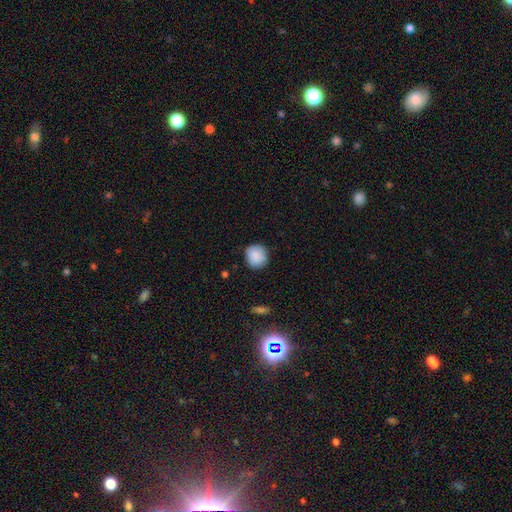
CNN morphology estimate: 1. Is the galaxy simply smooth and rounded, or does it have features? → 88% smooth, 7% star or artifact, 5% featured or disk.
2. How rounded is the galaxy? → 85% round, 14% in between, 1% cigar-shaped.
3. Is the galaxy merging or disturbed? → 83% none, 13% minor disturbance, 3% major disturbance, 1% merger.